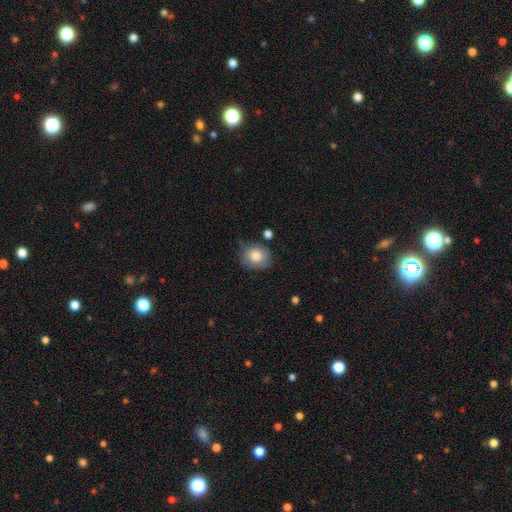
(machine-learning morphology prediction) A smooth galaxy with no disk features (77%) that is round (69%). Merging: none (70%).